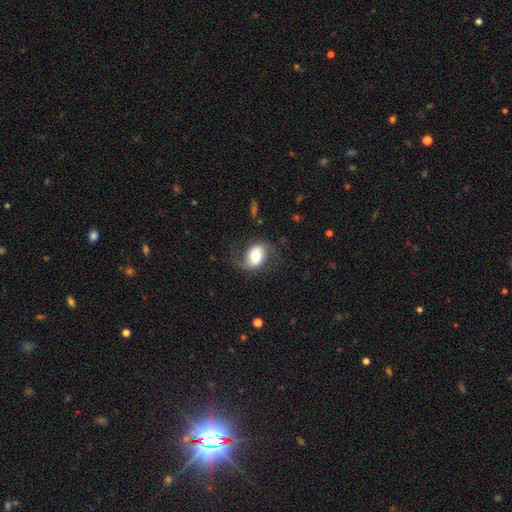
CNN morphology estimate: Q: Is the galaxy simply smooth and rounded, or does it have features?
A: featured or disk — 54%.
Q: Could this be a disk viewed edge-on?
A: no — 96%.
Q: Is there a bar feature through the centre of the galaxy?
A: no — 53%.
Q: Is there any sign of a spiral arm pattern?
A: yes — 82%.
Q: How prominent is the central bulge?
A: moderate — 59%.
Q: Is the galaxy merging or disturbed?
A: none — 64%.